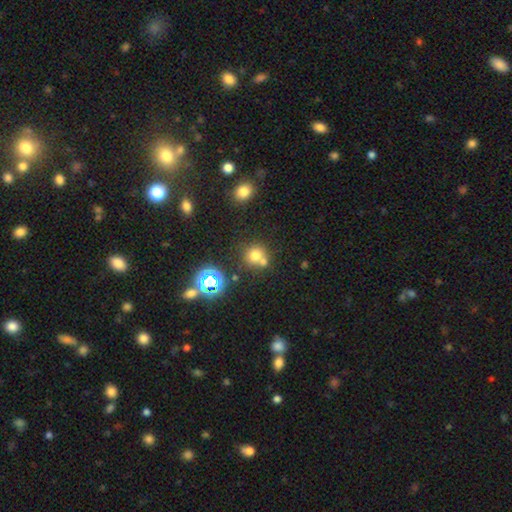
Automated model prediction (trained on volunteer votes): Smooth or featured: smooth — 70% (star or artifact — 19%)
How rounded: round — 88% (in between — 11%)
Merging: none — 54% (merger — 33%)